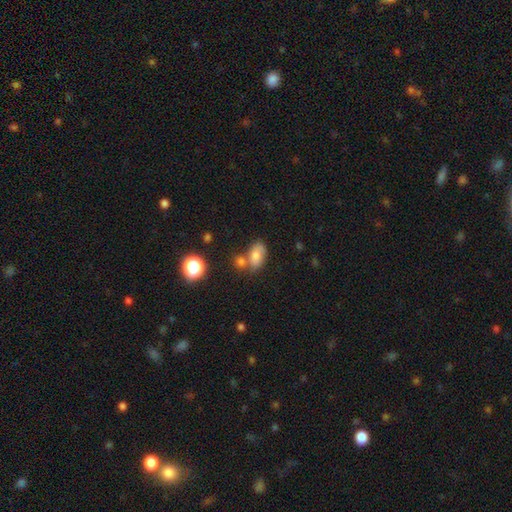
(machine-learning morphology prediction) type=smooth (71%); roundness=in between (85%); merging=none (47%).